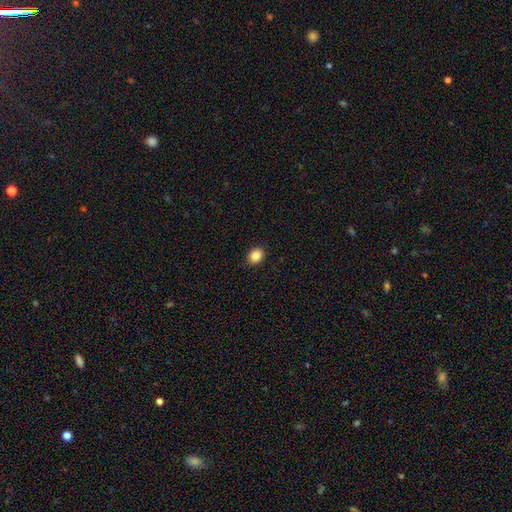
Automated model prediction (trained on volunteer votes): Overall: smooth (85%). How rounded: round (50%; in between 49%). Merging: none (88%).